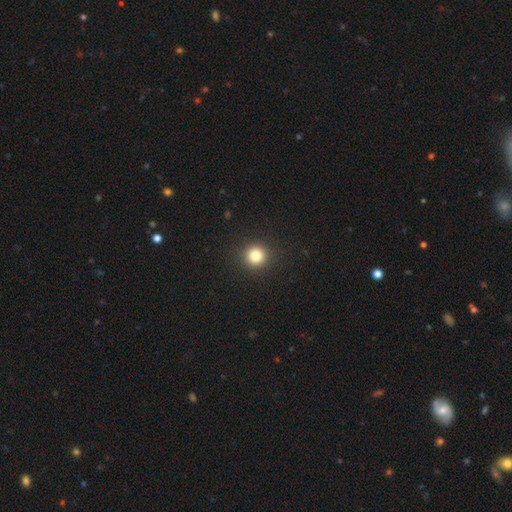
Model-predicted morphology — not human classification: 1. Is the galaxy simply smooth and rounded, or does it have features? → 81% smooth, 13% star or artifact, 6% featured or disk.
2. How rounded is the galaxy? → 95% round, 4% in between, 1% cigar-shaped.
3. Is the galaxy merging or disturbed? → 92% none, 5% minor disturbance, 2% major disturbance, 1% merger.